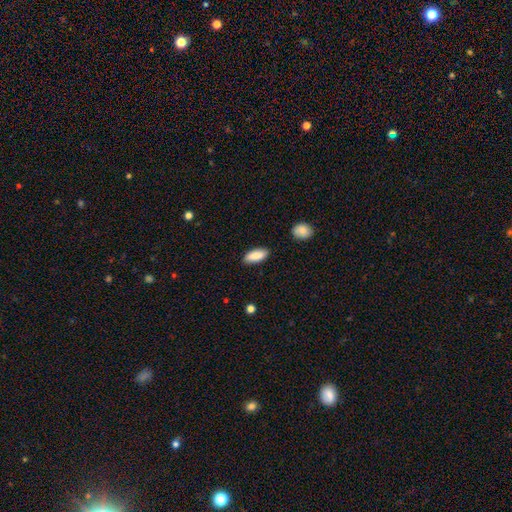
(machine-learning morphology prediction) Q: Smooth or featured?
A: smooth (88%); runner-up: featured or disk (6%)
Q: How rounded?
A: in between (84%); runner-up: cigar-shaped (14%)
Q: Merging?
A: none (87%); runner-up: minor disturbance (10%)